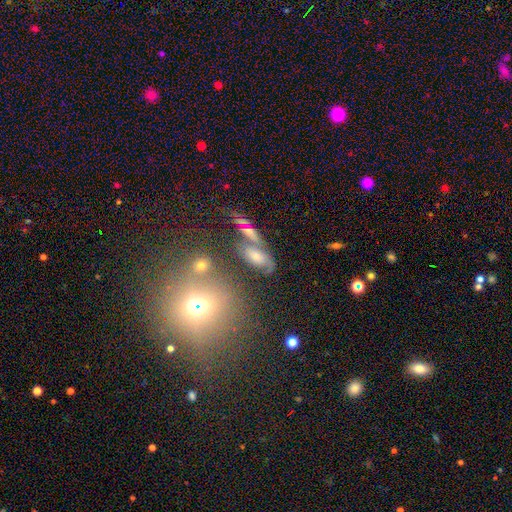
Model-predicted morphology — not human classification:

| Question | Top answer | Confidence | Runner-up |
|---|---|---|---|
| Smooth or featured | featured or disk | 42% | smooth (39%) |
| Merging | none | 52% | merger (20%) |